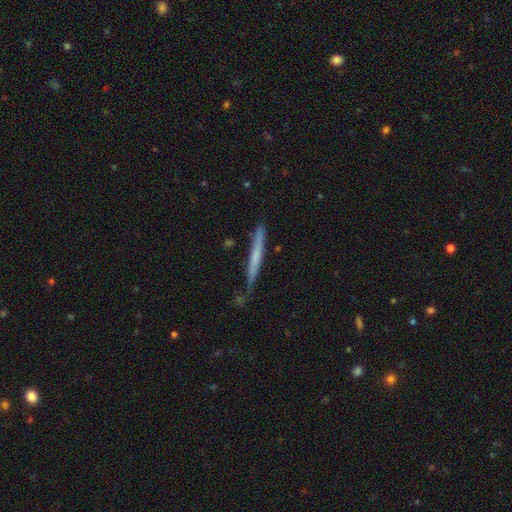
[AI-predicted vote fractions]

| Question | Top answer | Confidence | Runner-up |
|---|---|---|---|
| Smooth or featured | smooth | 47% | tied: featured or disk (47%) |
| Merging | none | 78% | minor disturbance (17%) |